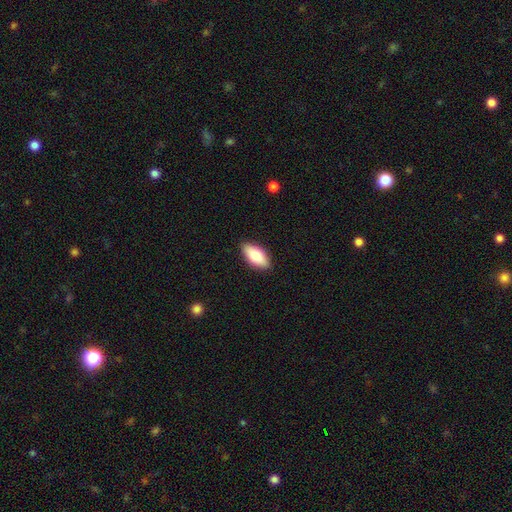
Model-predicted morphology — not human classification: Smooth or featured: smooth — 73% (featured or disk — 21%)
How rounded: in between — 86% (cigar-shaped — 11%)
Merging: none — 88% (minor disturbance — 9%)